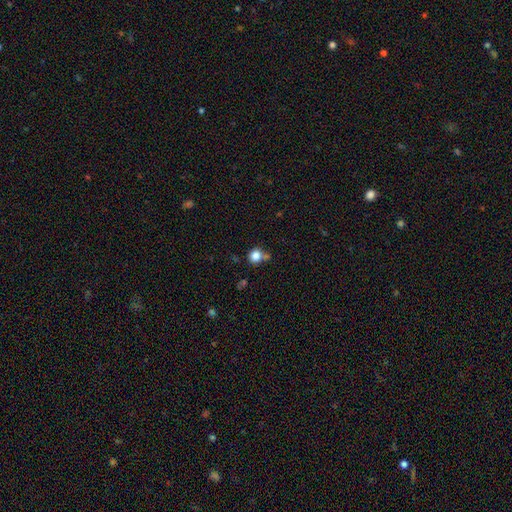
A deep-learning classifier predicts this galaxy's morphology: A smooth galaxy with no disk features (82%) that is round (85%).

Vote fractions:
- Smooth or featured? smooth: 82% / star or artifact: 11% / featured or disk: 6%
- How rounded? round: 85% / in between: 14% / cigar-shaped: 1%
- Merging? none: 60% / minor disturbance: 17% / merger: 16% / major disturbance: 6%